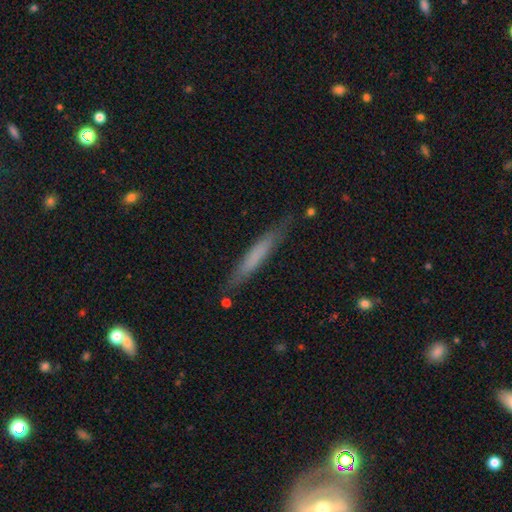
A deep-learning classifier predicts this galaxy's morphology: smooth-or-featured: smooth: 62% | featured or disk: 32% | star or artifact: 7%
  how-rounded: cigar-shaped: 94% | in between: 4% | round: 1%
  merging: none: 80% | minor disturbance: 15% | major disturbance: 3% | merger: 2%